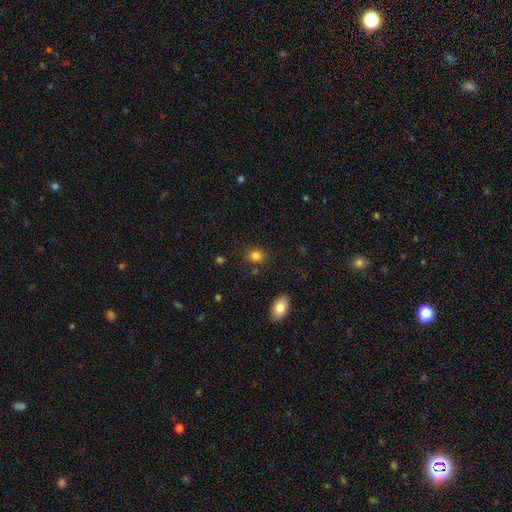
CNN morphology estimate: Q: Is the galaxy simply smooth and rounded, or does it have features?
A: smooth — 84%.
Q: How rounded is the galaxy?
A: round — 63%.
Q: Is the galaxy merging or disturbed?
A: none — 83%.